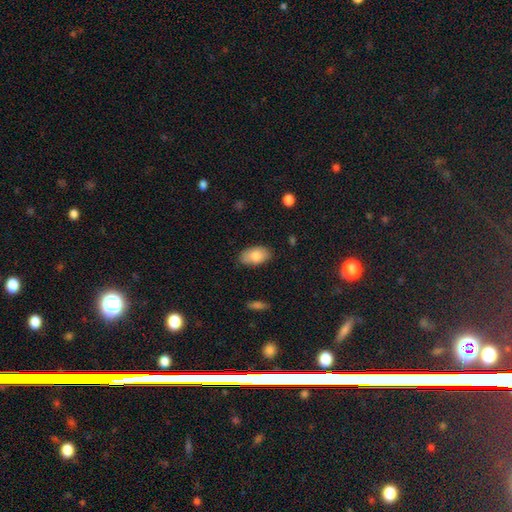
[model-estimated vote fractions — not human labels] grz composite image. It shows a smooth galaxy with no disk features (80%) that is in between round and cigar-shaped (93%). Merging: none (83%).